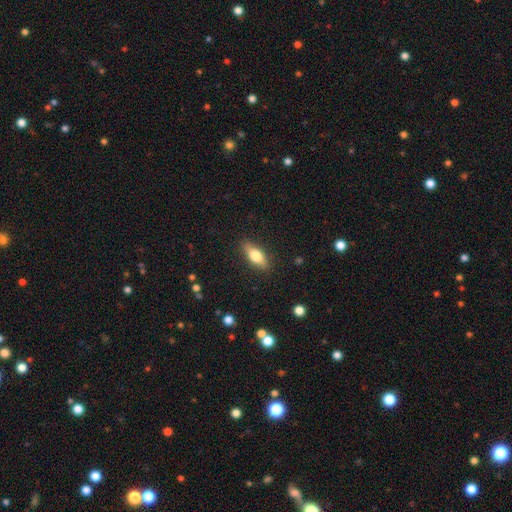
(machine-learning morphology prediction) type=smooth (63%); roundness=in between (65%); merging=none (87%).